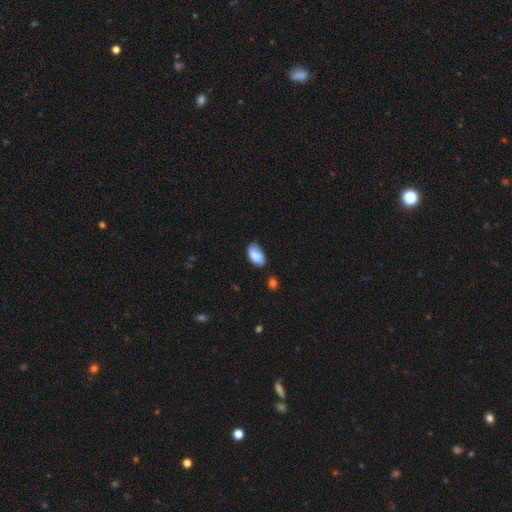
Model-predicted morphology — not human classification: Smooth or featured? Predicted: smooth (p=0.81). How rounded? Predicted: in between (p=0.94). Merging? Predicted: none (p=0.60).